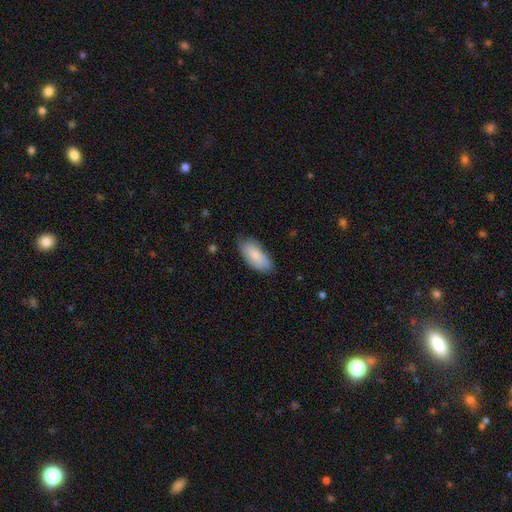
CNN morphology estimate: A smooth galaxy with no disk features (79%) that is in between round and cigar-shaped (91%).

Vote fractions:
- Smooth or featured? smooth: 79% / featured or disk: 15% / star or artifact: 6%
- How rounded? in between: 91% / cigar-shaped: 7% / round: 2%
- Merging? none: 73% / minor disturbance: 22% / major disturbance: 4% / merger: 1%